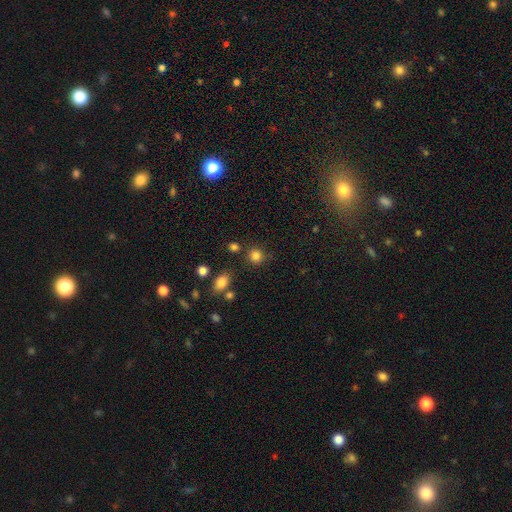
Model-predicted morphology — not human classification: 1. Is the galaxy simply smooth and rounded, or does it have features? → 83% smooth, 13% star or artifact, 5% featured or disk.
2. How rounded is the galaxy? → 89% round, 10% in between, 1% cigar-shaped.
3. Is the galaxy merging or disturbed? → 80% none, 10% minor disturbance, 6% merger, 4% major disturbance.